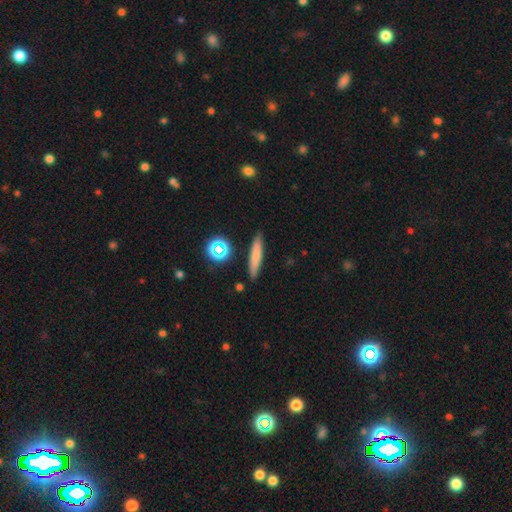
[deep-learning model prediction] Smooth or featured?
  - smooth: 70% *
  - featured or disk: 20%
  - star or artifact: 10%
How rounded?
  - cigar-shaped: 88% *
  - in between: 9%
  - round: 3%
Merging?
  - none: 88% *
  - minor disturbance: 8%
  - merger: 2%
  - major disturbance: 2%